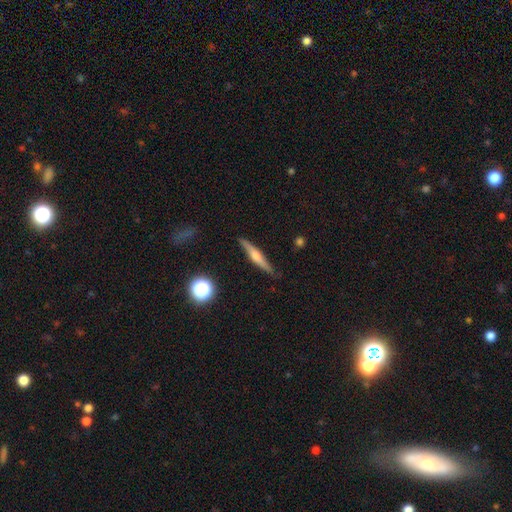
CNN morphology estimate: A featured or disk galaxy (56%) viewed edge-on (95%) with a rounded central bulge (72%). Merging: none (86%).